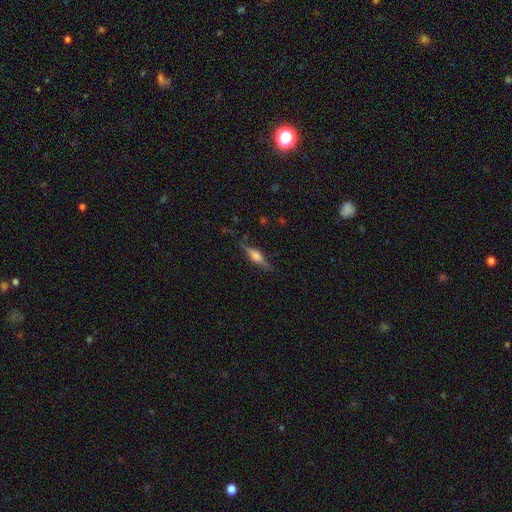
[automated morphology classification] This is likely a featured or disk galaxy (72%). It is clearly viewed edge-on (97%). Edge-on bulge: clearly rounded (83%). Merging: clearly none (85%).